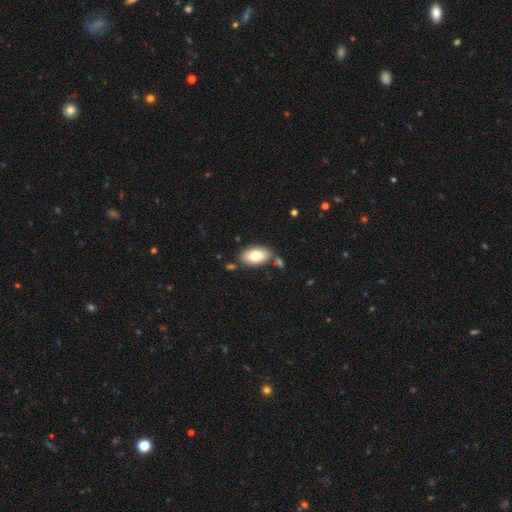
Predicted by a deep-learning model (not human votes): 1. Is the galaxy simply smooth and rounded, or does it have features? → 77% smooth, 16% featured or disk, 7% star or artifact.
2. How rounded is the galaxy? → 93% in between, 5% round, 2% cigar-shaped.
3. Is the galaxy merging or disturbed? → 77% none, 12% minor disturbance, 8% merger, 3% major disturbance.